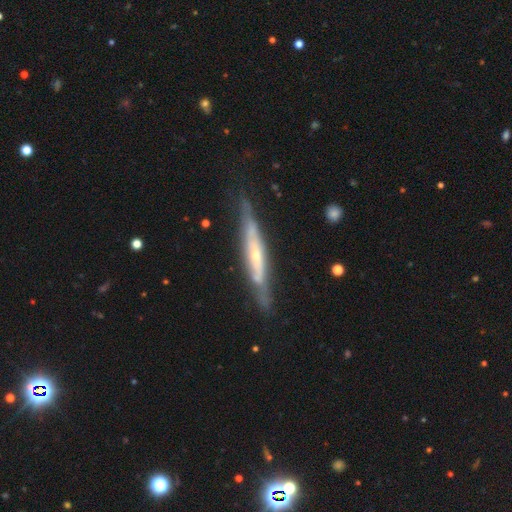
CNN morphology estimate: smooth_or_featured: featured or disk (p=0.76) [alt: smooth p=0.19]
disk_edge_on: yes (p=0.76) [alt: no p=0.24]
edge_on_bulge: rounded (p=0.63) [alt: none p=0.31]
merging: none (p=0.75) [alt: minor disturbance p=0.18]